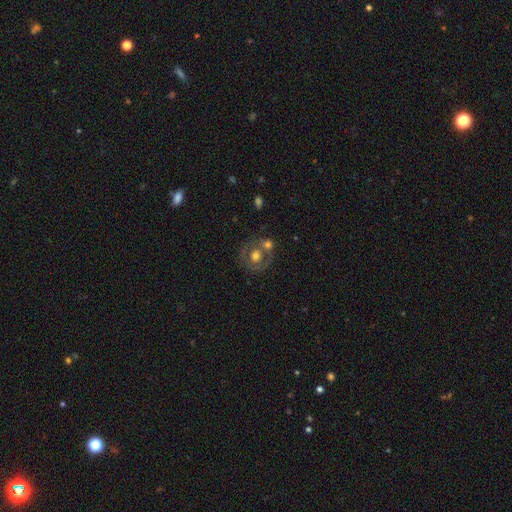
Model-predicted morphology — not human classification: The model was most divided on "smooth or featured": smooth: 46%, featured or disk: 45%, star or artifact: 9%. More confident: merging — none (52%).